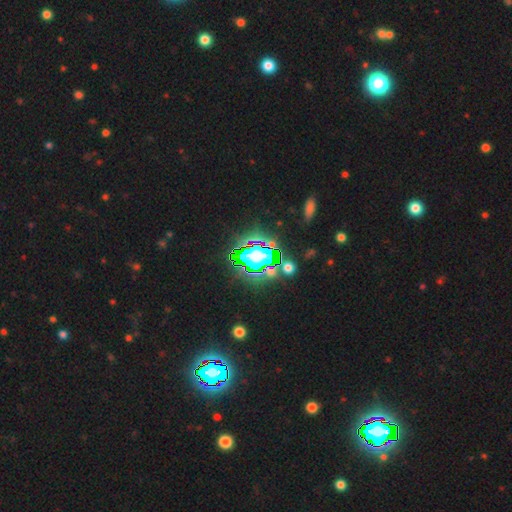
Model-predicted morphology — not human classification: smooth_or_featured: star or artifact (p=0.70) [alt: smooth p=0.18]